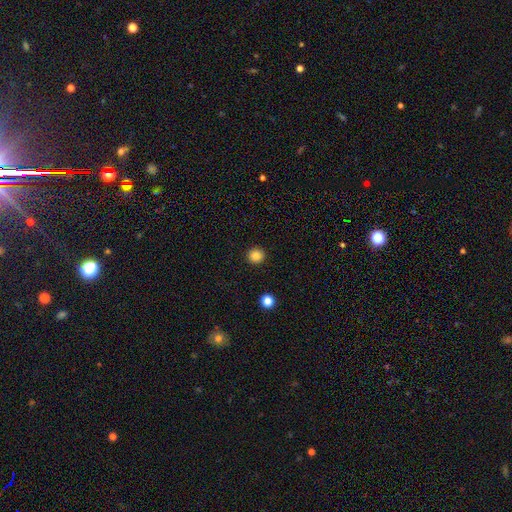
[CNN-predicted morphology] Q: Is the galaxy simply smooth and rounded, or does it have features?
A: smooth — 85%.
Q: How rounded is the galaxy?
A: round — 93%.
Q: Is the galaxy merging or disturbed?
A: none — 93%.